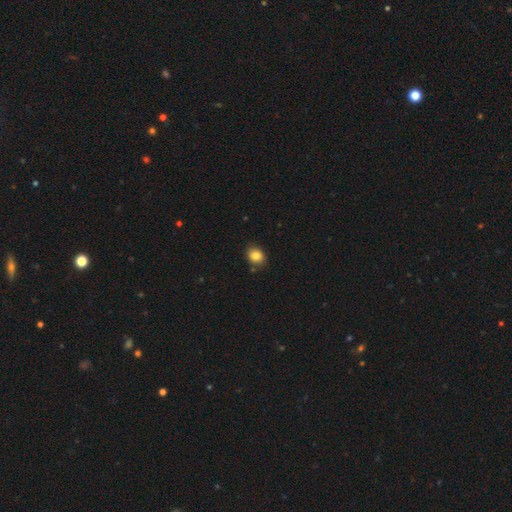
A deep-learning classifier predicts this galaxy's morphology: A smooth galaxy with no disk features (84%) that is round (56%). Merging: none (83%).